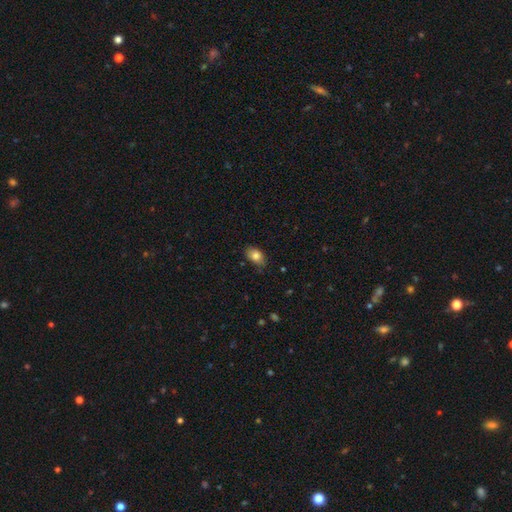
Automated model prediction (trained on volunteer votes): The model was most divided on "merging": none: 74%, minor disturbance: 21%, major disturbance: 4%, merger: 1%. More confident: smooth or featured — smooth (83%); how rounded — in between (82%).